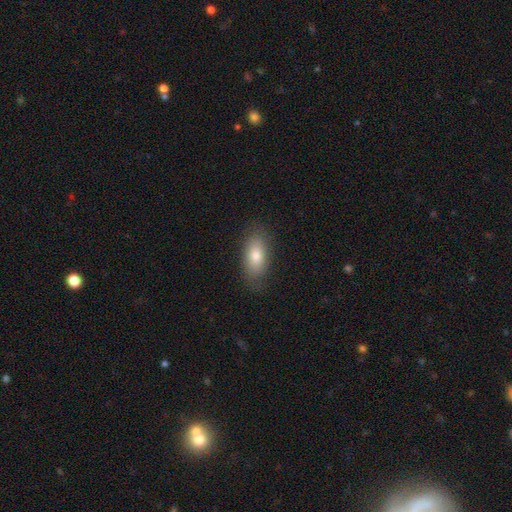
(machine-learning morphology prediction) Smooth or featured: smooth — 78% (featured or disk — 15%)
How rounded: in between — 88% (cigar-shaped — 8%)
Merging: none — 83% (minor disturbance — 13%)